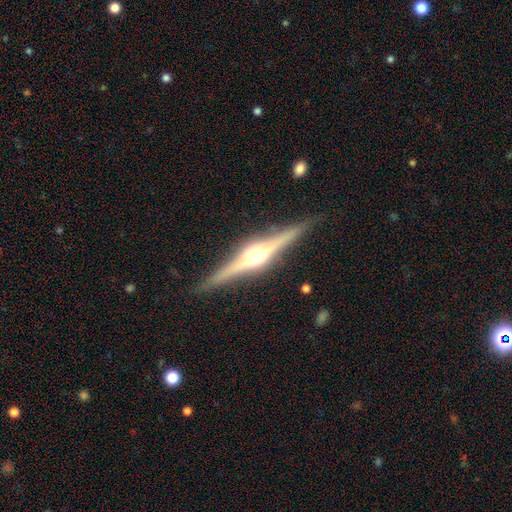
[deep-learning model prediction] Overall: featured or disk (84%). Edge-on disk: yes (98%). Edge-on bulge: rounded (93%). Merging: none (89%).